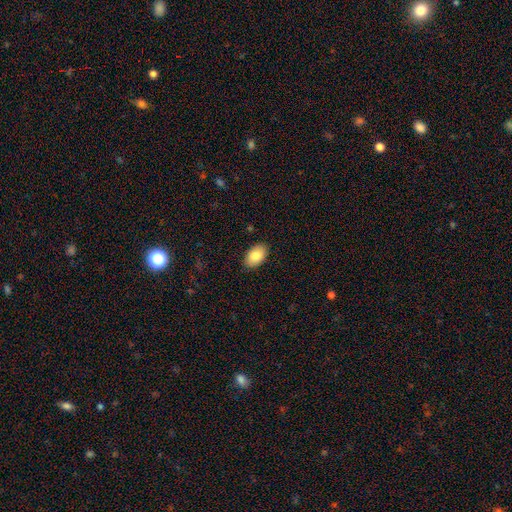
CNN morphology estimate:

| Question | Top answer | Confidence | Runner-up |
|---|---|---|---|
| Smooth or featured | smooth | 85% | featured or disk (8%) |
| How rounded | in between | 93% | round (6%) |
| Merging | none | 88% | minor disturbance (9%) |